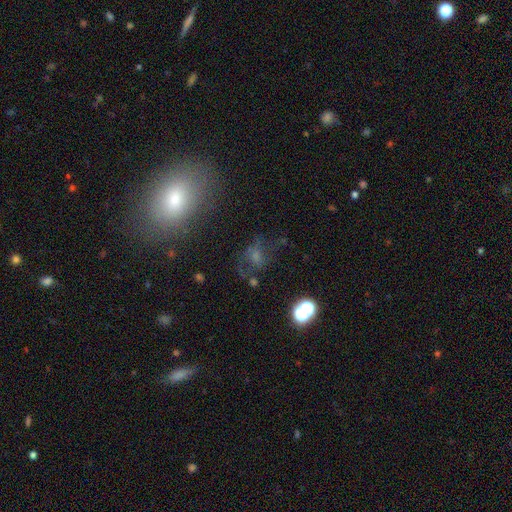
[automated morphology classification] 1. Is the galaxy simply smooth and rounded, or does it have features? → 36% smooth, 34% featured or disk, 30% star or artifact.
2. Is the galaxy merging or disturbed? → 51% none, 24% major disturbance, 19% minor disturbance, 6% merger.